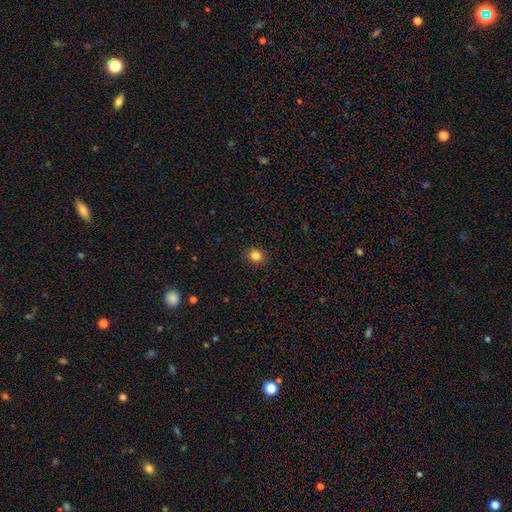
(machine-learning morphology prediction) The model was most divided on "how rounded": round: 75%, in between: 25%, cigar-shaped: 1%. More confident: merging — none (91%); smooth or featured — smooth (82%).